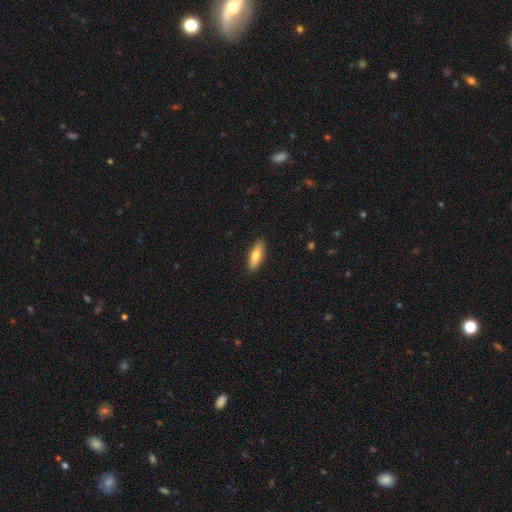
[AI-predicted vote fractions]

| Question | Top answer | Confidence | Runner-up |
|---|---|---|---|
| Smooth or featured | smooth | 67% | featured or disk (27%) |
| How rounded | in between | 49% | tied: cigar-shaped (49%) |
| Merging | none | 90% | minor disturbance (8%) |